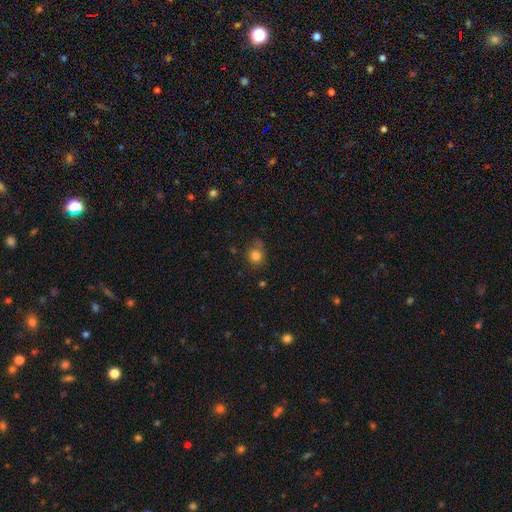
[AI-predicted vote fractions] smooth 81%, star or artifact 12%, featured or disk 7%. Down the decision tree: how rounded — round (79%); merging — none (62%).